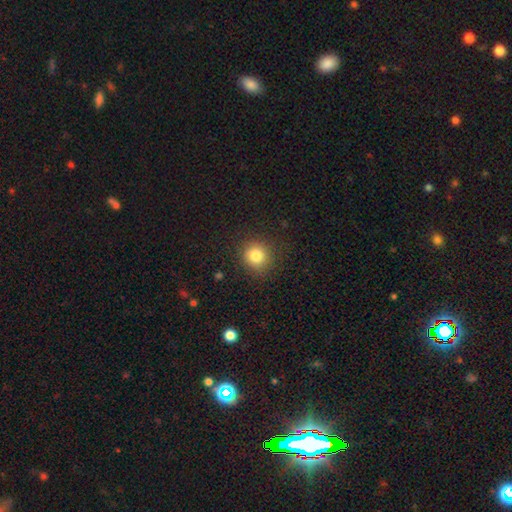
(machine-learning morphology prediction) Smooth or featured?
  - smooth: 82% *
  - star or artifact: 12%
  - featured or disk: 6%
How rounded?
  - round: 91% *
  - in between: 8%
  - cigar-shaped: 1%
Merging?
  - none: 89% *
  - minor disturbance: 7%
  - major disturbance: 3%
  - merger: 1%